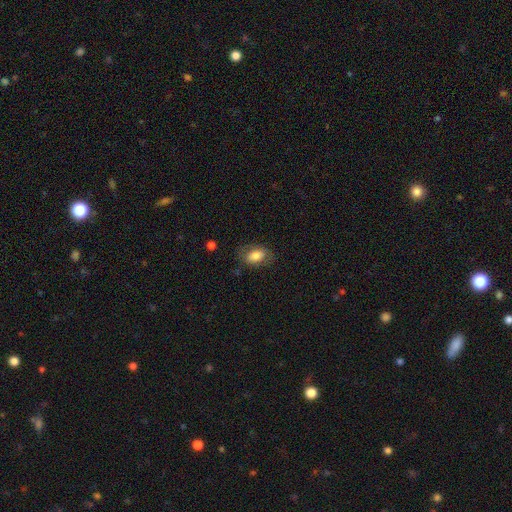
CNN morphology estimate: Smooth or featured? Predicted: smooth (p=0.75). How rounded? Predicted: in between (p=0.88). Merging? Predicted: none (p=0.71).